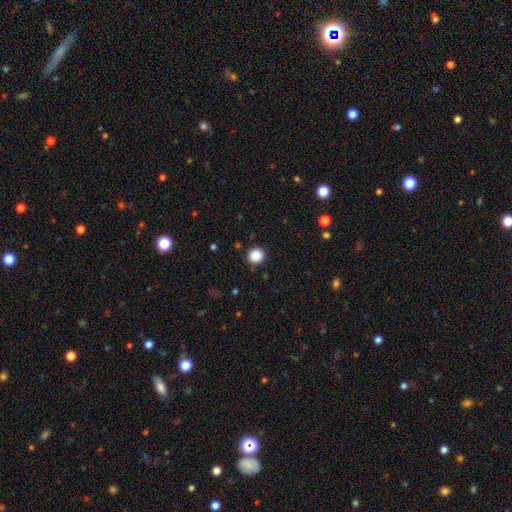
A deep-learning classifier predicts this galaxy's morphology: Q: Smooth or featured?
A: smooth (87%); runner-up: star or artifact (10%)
Q: How rounded?
A: round (92%); runner-up: in between (7%)
Q: Merging?
A: none (91%); runner-up: minor disturbance (6%)